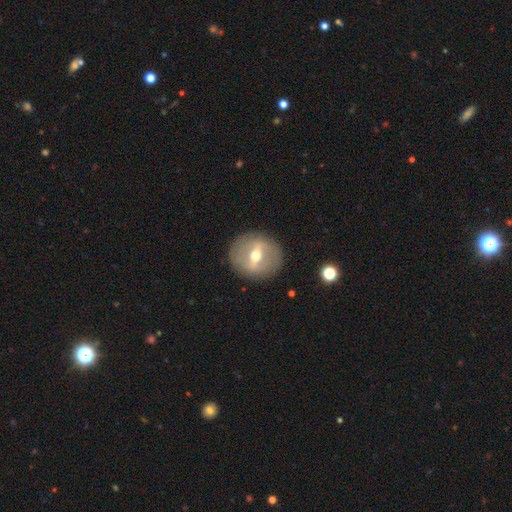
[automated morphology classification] Smooth or featured? featured or disk (66%)
Edge-on disk? no (81%)
Bar? strong (62%)
Spiral arms? no (84%)
Bulge size? moderate (72%)
Merging? none (87%)